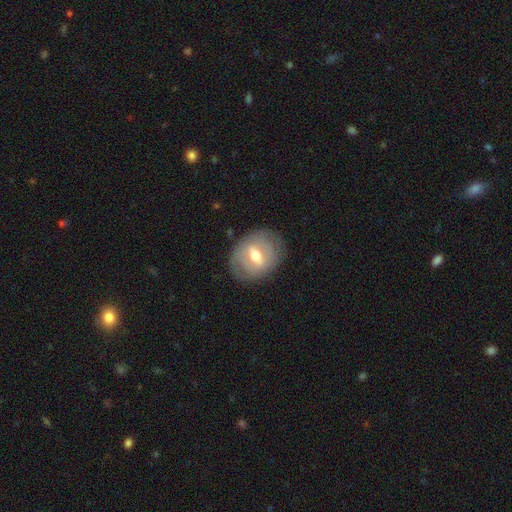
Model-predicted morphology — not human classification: featured or disk 62%, smooth 31%, star or artifact 7%. Down the decision tree: edge-on disk — no (90%); bar — weak (44%); spiral arms — no (62%); bulge size — moderate (72%); merging — none (78%).